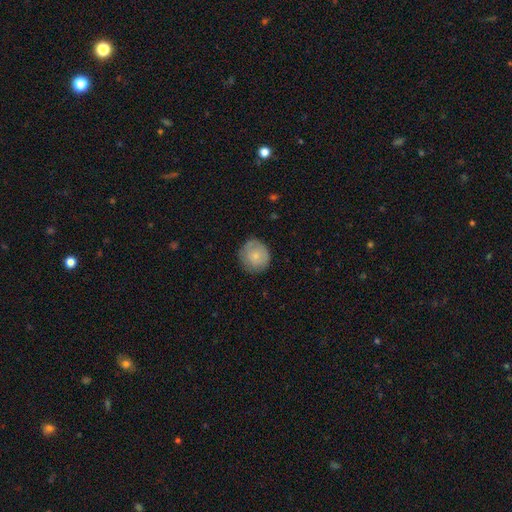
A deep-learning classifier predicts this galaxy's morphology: Smooth or featured?
  - smooth: 76% *
  - featured or disk: 17%
  - star or artifact: 7%
How rounded?
  - round: 89% *
  - in between: 10%
  - cigar-shaped: 1%
Merging?
  - none: 77% *
  - minor disturbance: 18%
  - major disturbance: 4%
  - merger: 1%